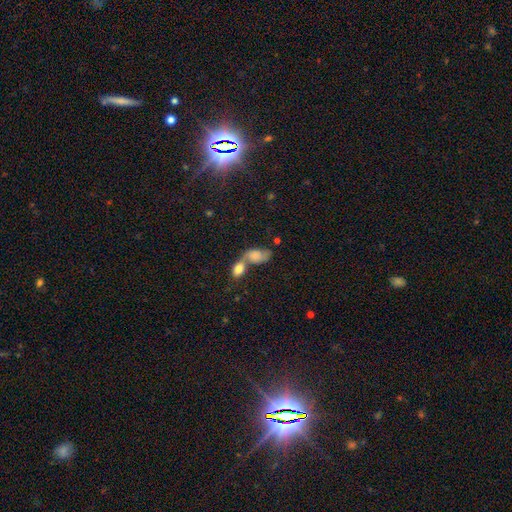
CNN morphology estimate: Smooth or featured?
  - smooth: 59% *
  - featured or disk: 31%
  - star or artifact: 10%
How rounded?
  - in between: 87% *
  - round: 9%
  - cigar-shaped: 4%
Merging?
  - merger: 64% *
  - none: 19%
  - minor disturbance: 9%
  - major disturbance: 7%